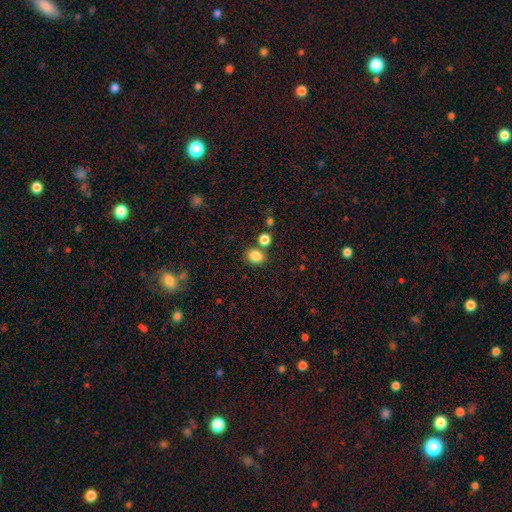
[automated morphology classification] Q: Smooth or featured?
A: smooth (84%); runner-up: star or artifact (11%)
Q: How rounded?
A: round (54%); runner-up: in between (45%)
Q: Merging?
A: none (71%); runner-up: merger (15%)